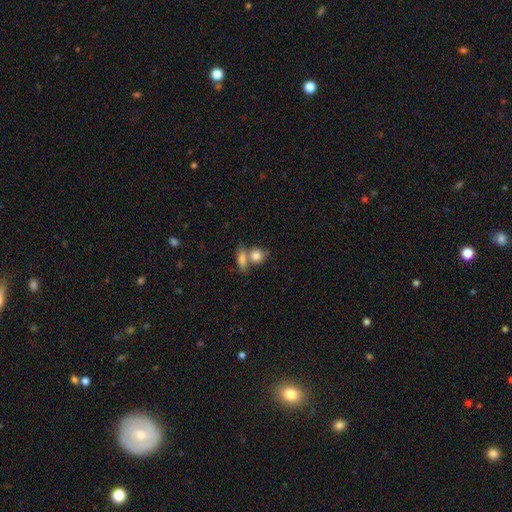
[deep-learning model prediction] Smooth or featured? smooth (82%)
How rounded? round (54%)
Merging? merger (49%)